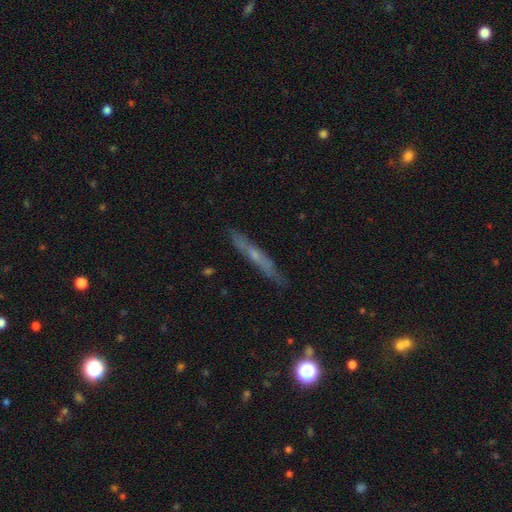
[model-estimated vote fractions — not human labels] A featured or disk galaxy (57%) viewed edge-on (88%) with no central bulge (49%).

Vote fractions:
- Smooth or featured? featured or disk: 57% / smooth: 34% / star or artifact: 9%
- Edge-on disk? yes: 88% / no: 12%
- Edge-on bulge? none: 49% / rounded: 45% / boxy: 5%
- Merging? none: 85% / minor disturbance: 11% / major disturbance: 2% / merger: 2%